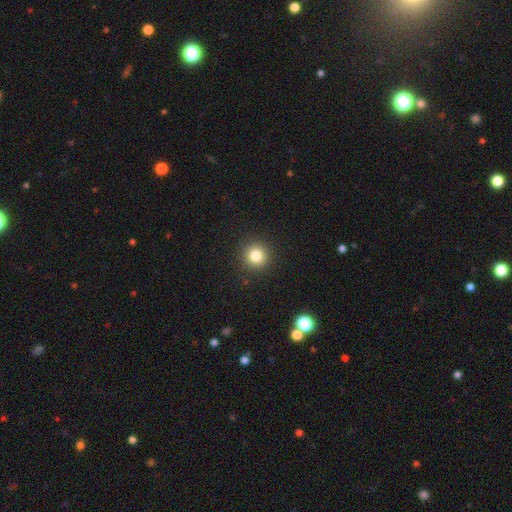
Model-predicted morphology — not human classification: A smooth galaxy with no disk features (81%) that is round (94%). Merging: none (91%).